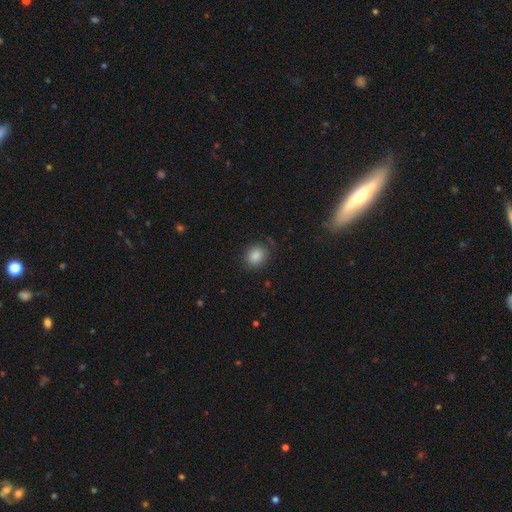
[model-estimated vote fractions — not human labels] Morphology: type=smooth (86%); roundness=round (57%); merging=none (82%).